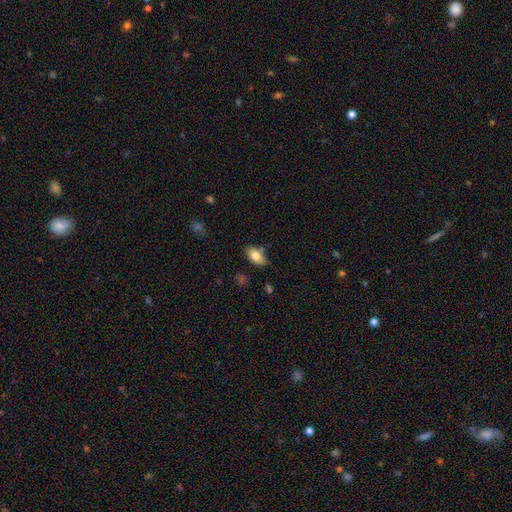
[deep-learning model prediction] The model was most divided on "merging": none: 76%, minor disturbance: 17%, merger: 4%, major disturbance: 3%. More confident: how rounded — in between (90%); smooth or featured — smooth (81%).